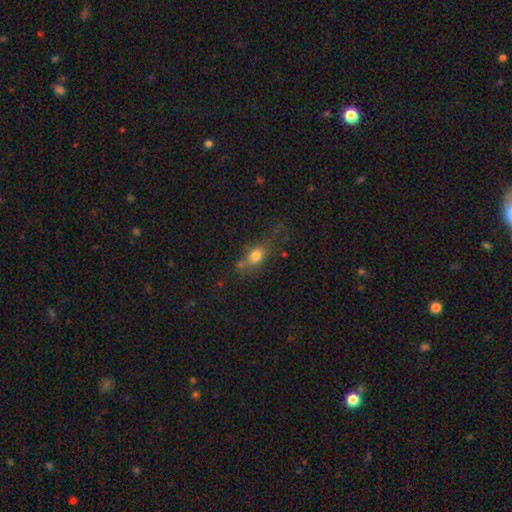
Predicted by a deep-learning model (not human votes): Morphology: type=smooth (74%); roundness=in between (60%); merging=none (47%).